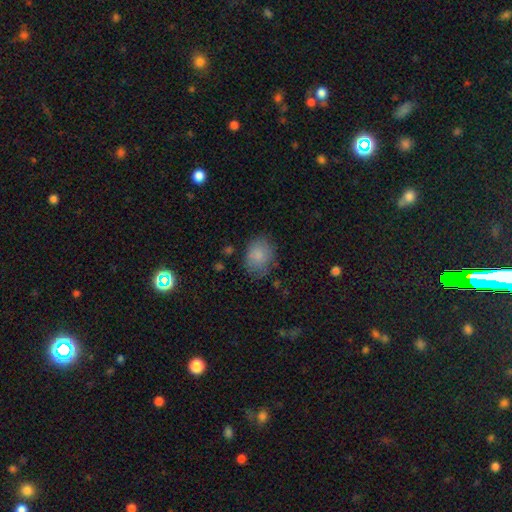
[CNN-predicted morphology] smooth_or_featured: smooth (p=0.80) [alt: star or artifact p=0.11]
how_rounded: in between (p=0.63) [alt: round p=0.36]
merging: none (p=0.77) [alt: minor disturbance p=0.17]